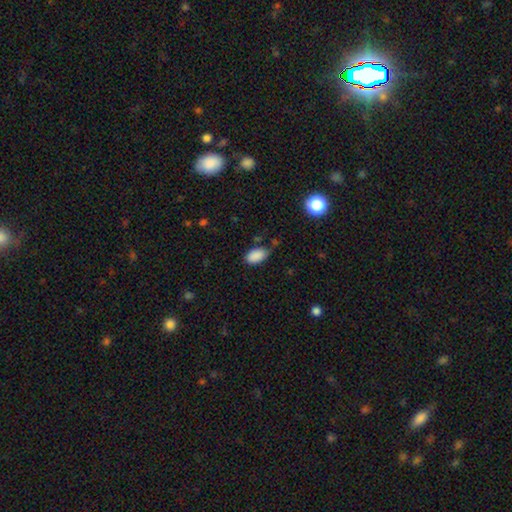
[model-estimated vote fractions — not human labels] A smooth galaxy with no disk features (88%) that is in between round and cigar-shaped (93%).

Vote fractions:
- Smooth or featured? smooth: 88% / star or artifact: 8% / featured or disk: 4%
- How rounded? in between: 93% / round: 5% / cigar-shaped: 2%
- Merging? none: 66% / minor disturbance: 26% / major disturbance: 5% / merger: 3%